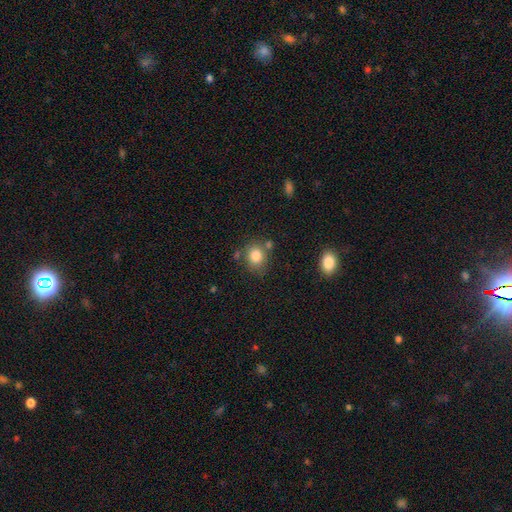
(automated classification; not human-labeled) Smooth or featured? Predicted: smooth (p=0.82). How rounded? Predicted: round (p=0.64). Merging? Predicted: none (p=0.68).